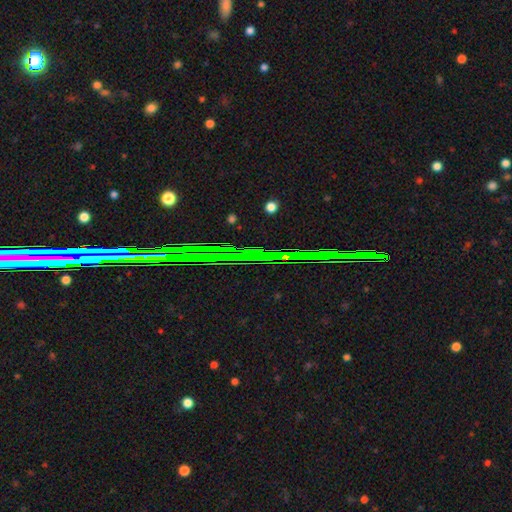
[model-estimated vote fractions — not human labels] Smooth or featured? star or artifact (80%)